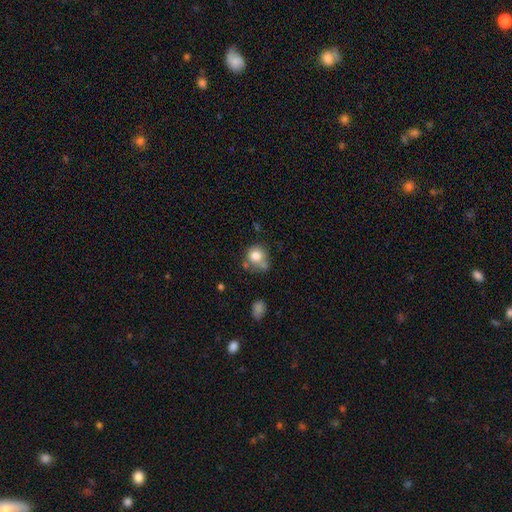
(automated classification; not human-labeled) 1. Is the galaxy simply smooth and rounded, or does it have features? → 79% smooth, 11% featured or disk, 10% star or artifact.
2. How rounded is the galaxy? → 81% round, 18% in between, 1% cigar-shaped.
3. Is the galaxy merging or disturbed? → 50% none, 24% minor disturbance, 16% merger, 10% major disturbance.